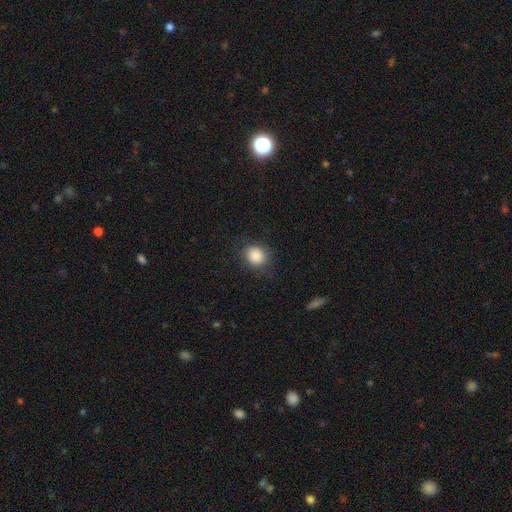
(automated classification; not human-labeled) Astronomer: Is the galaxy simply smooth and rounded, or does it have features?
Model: smooth — 87%.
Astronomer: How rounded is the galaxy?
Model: round — 76%.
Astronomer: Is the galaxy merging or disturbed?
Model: none — 83%.